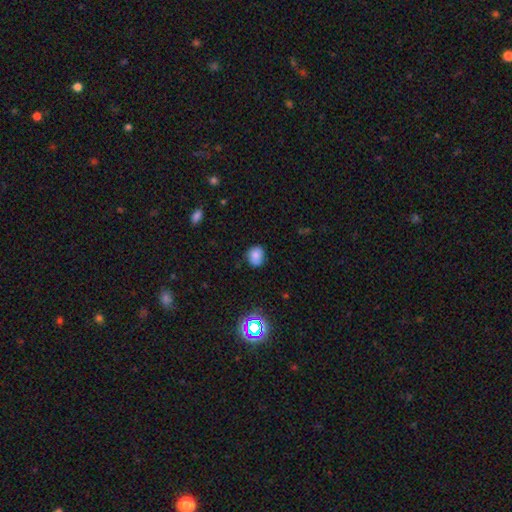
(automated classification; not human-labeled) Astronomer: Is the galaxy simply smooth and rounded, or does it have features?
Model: smooth — 75%.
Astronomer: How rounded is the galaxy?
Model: round — 65%.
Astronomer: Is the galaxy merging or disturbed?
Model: none — 73%.